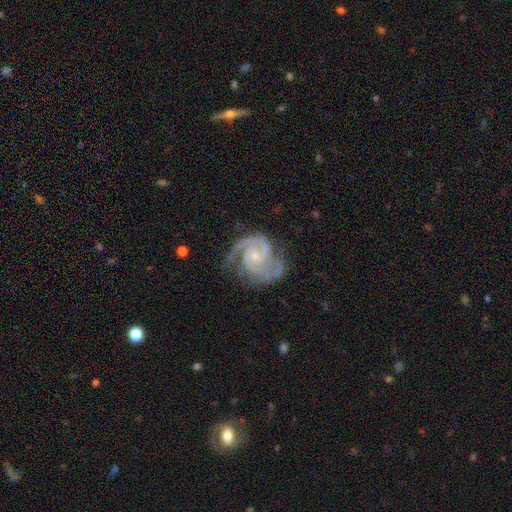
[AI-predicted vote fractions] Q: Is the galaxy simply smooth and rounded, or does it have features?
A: featured or disk — 92%.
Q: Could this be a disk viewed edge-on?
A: no — 98%.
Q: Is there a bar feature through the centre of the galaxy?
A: no — 61%.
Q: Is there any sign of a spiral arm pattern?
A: yes — 98%.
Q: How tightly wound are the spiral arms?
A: medium — 47%.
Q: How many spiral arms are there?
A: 2 — 77%.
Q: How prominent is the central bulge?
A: small — 68%.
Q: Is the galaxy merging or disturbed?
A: none — 63%.